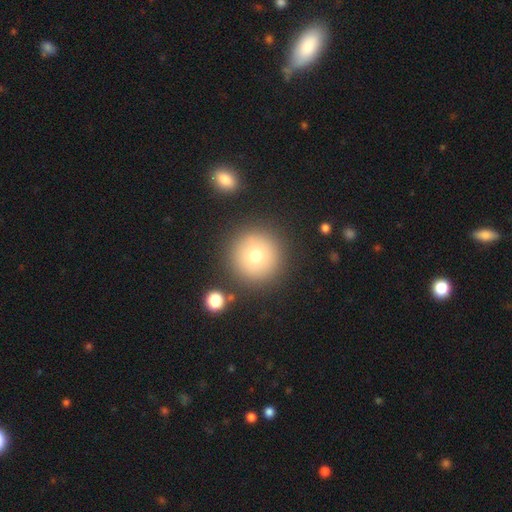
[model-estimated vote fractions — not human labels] Smooth or featured?
  - smooth: 74% *
  - featured or disk: 14%
  - star or artifact: 12%
How rounded?
  - round: 96% *
  - in between: 3%
  - cigar-shaped: 1%
Merging?
  - none: 86% *
  - minor disturbance: 7%
  - merger: 4%
  - major disturbance: 3%